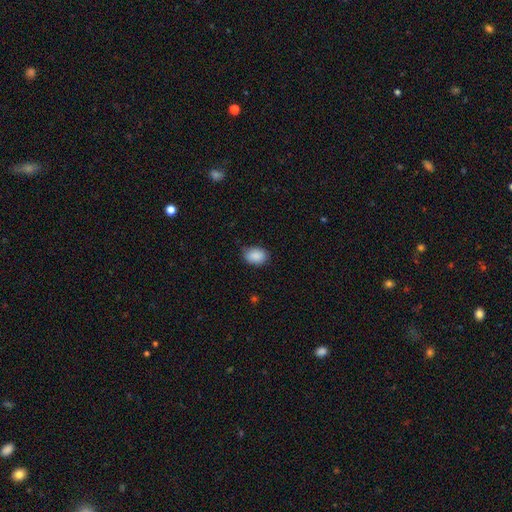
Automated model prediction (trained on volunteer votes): Smooth or featured?
  - smooth: 89% *
  - star or artifact: 7%
  - featured or disk: 3%
How rounded?
  - in between: 78% *
  - round: 21%
  - cigar-shaped: 1%
Merging?
  - none: 80% *
  - minor disturbance: 16%
  - major disturbance: 3%
  - merger: 1%